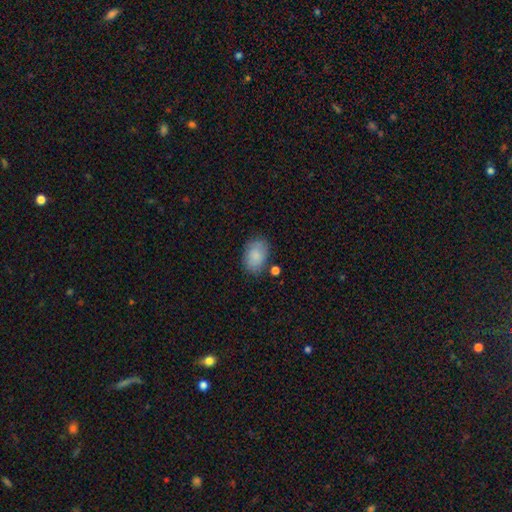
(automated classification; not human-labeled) Morphology: type=smooth (84%); roundness=in between (84%); merging=none (73%).